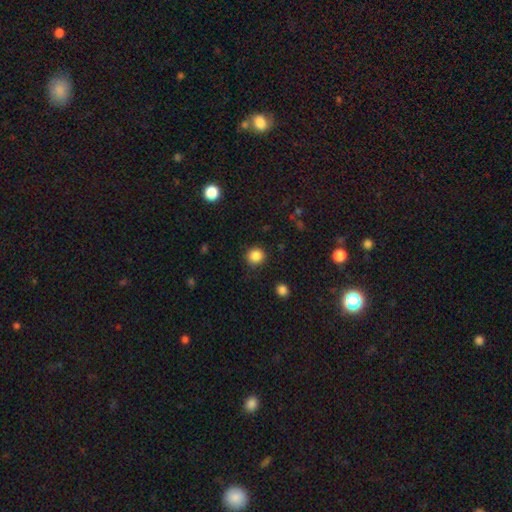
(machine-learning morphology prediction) This appears to be a smooth galaxy with no disk features (86%) that is round (92%). Merging: none (89%).